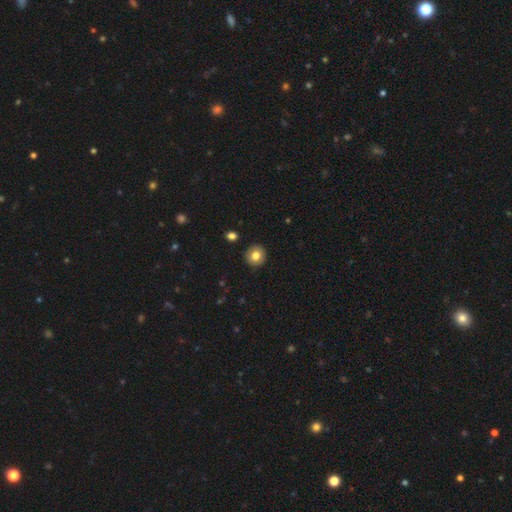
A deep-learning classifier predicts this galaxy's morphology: A smooth galaxy with no disk features (82%) that is round (92%). Merging: none (92%).